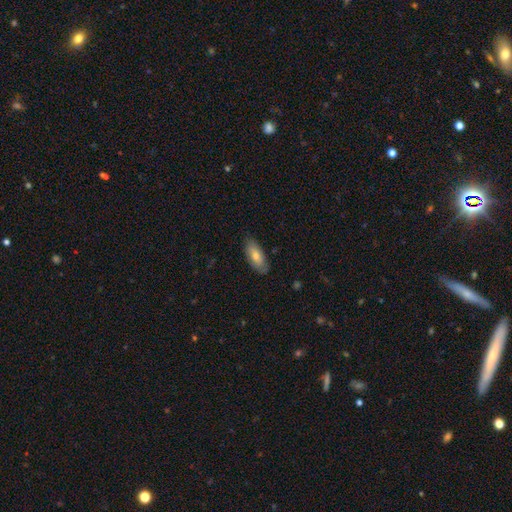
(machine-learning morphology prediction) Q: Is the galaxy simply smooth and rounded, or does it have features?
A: smooth — 71%.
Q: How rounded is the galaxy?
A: in between — 82%.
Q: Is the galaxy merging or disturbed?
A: none — 83%.